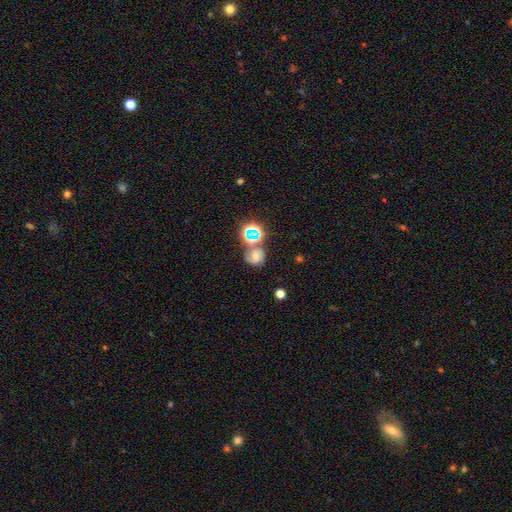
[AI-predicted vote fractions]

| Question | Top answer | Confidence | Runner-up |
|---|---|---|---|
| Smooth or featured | smooth | 43% | featured or disk (32%) |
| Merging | none | 48% | merger (26%) |